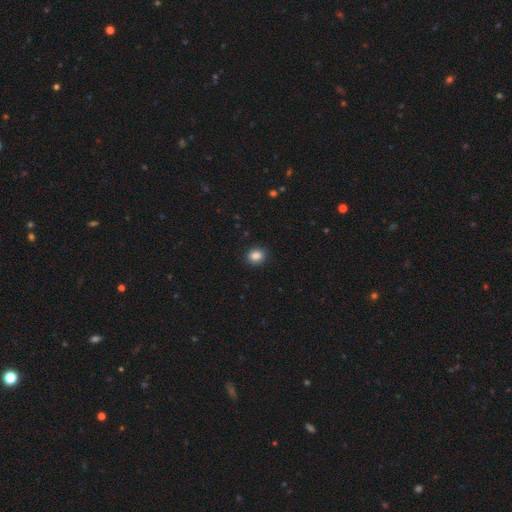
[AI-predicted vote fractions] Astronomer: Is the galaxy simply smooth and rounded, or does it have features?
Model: smooth — 86%.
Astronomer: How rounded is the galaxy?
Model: round — 57% (runner-up: in between, 42%).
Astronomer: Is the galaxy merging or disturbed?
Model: none — 90%.